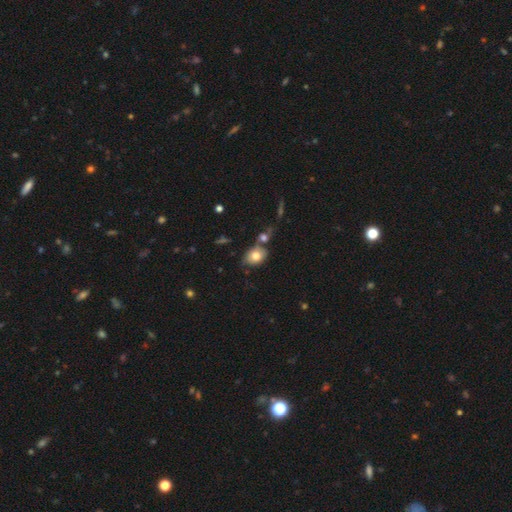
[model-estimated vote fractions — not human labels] Q: Smooth or featured?
A: smooth (76%); runner-up: featured or disk (15%)
Q: How rounded?
A: in between (63%); runner-up: round (36%)
Q: Merging?
A: none (52%); runner-up: merger (24%)